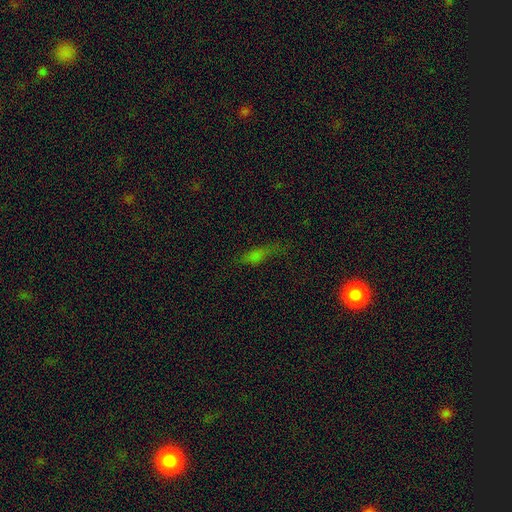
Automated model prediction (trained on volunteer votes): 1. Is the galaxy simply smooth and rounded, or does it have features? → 59% smooth, 23% star or artifact, 18% featured or disk.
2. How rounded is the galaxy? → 52% cigar-shaped, 42% in between, 6% round.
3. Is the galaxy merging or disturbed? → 56% none, 26% minor disturbance, 15% major disturbance, 3% merger.